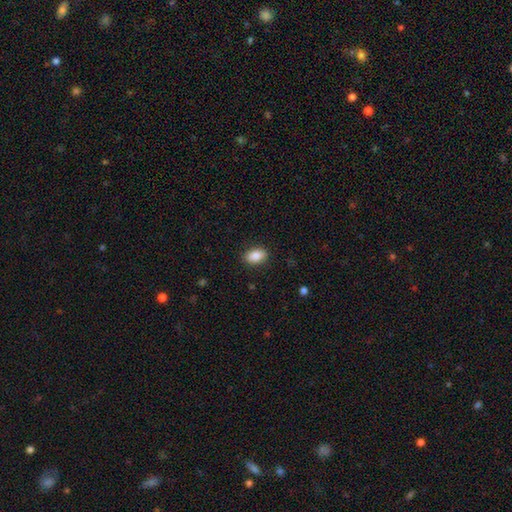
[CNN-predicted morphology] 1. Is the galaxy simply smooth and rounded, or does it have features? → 84% smooth, 8% featured or disk, 8% star or artifact.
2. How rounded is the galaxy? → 87% in between, 11% round, 2% cigar-shaped.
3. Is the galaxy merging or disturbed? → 88% none, 9% minor disturbance, 2% major disturbance, 1% merger.